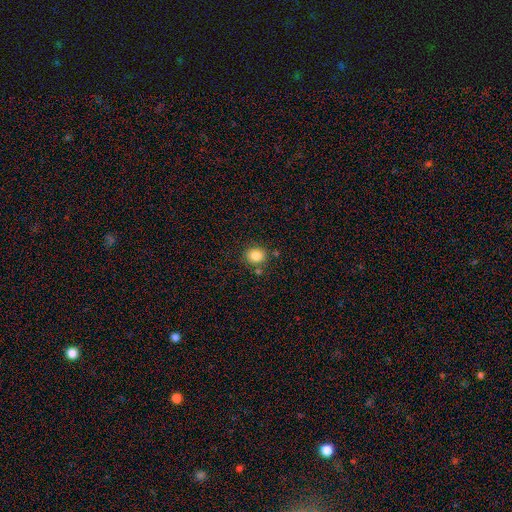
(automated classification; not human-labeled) Smooth or featured: smooth — 84% (star or artifact — 10%)
How rounded: round — 74% (in between — 25%)
Merging: none — 78% (minor disturbance — 11%)